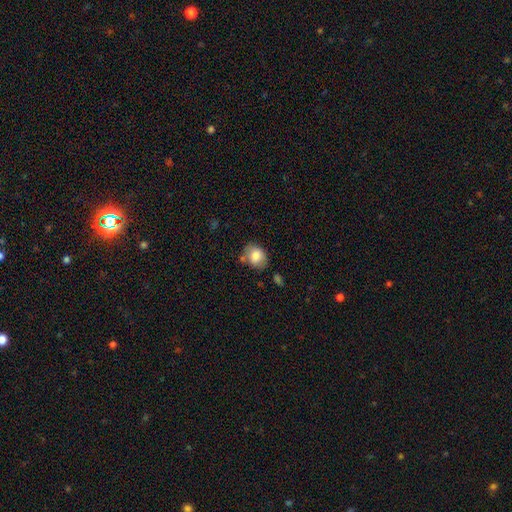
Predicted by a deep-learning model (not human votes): smooth_or_featured: smooth (p=0.79) [alt: featured or disk p=0.13]
how_rounded: in between (p=0.58) [alt: round p=0.41]
merging: none (p=0.64) [alt: minor disturbance p=0.22]